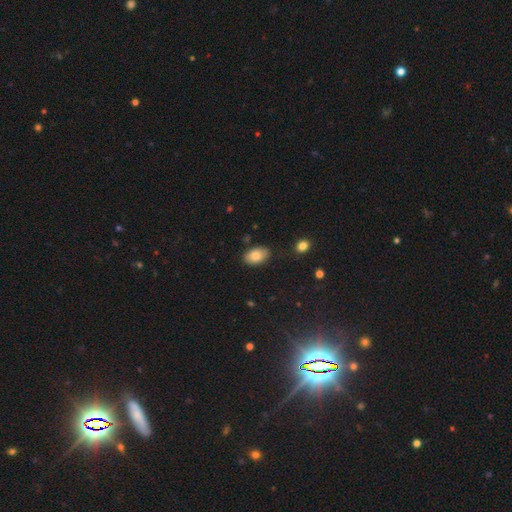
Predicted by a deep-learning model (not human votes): Smooth or featured: smooth — 84% (featured or disk — 9%)
How rounded: in between — 91% (round — 8%)
Merging: none — 80% (minor disturbance — 15%)